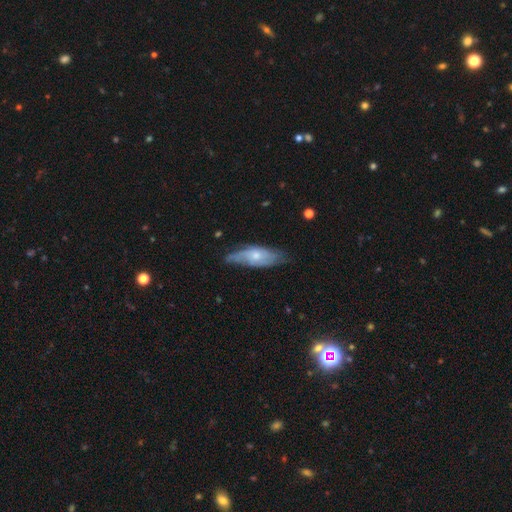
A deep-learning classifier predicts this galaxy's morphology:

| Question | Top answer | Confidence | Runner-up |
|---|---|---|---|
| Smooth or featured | featured or disk | 59% | smooth (35%) |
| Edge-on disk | no | 77% | yes (23%) |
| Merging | none | 60% | minor disturbance (30%) |